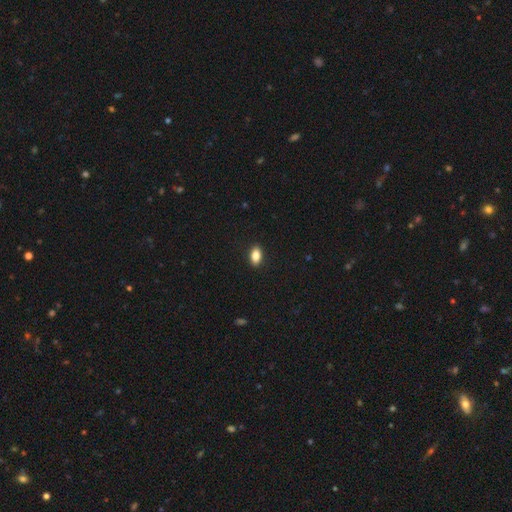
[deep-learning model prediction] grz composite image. It shows a smooth galaxy with no disk features (84%) that is in between round and cigar-shaped (88%). Merging: none (90%).